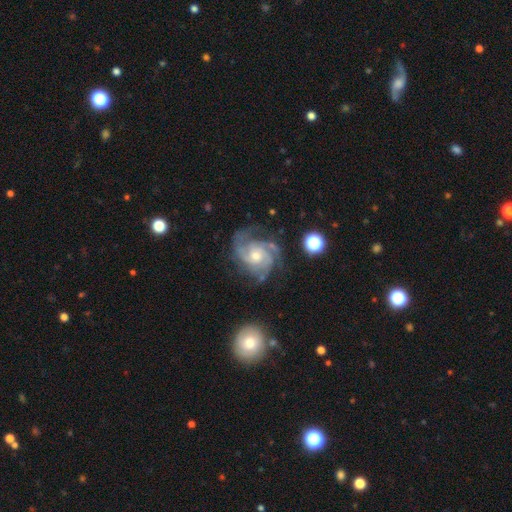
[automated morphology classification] This is clearly a featured or disk galaxy (89%). It is clearly not viewed edge-on (98%). Bar: likely no (72%). Spiral arm pattern: clearly yes (98%). Spiral arm count: marginally 3 (44%). Spiral winding: possibly tight (51%). Central bulge: possibly moderate (48%, tied with small). Merging: likely none (64%).